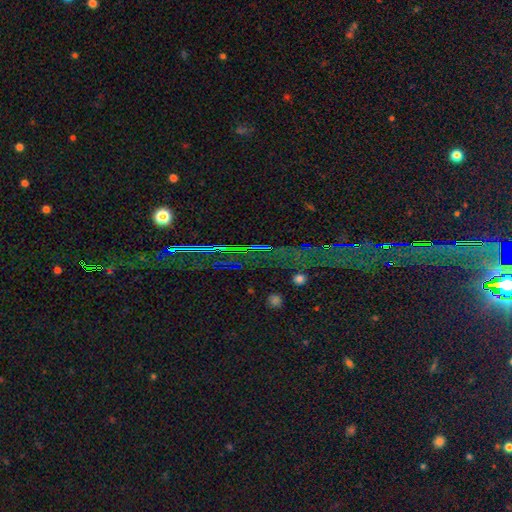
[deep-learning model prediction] Overall: star or artifact (85%).